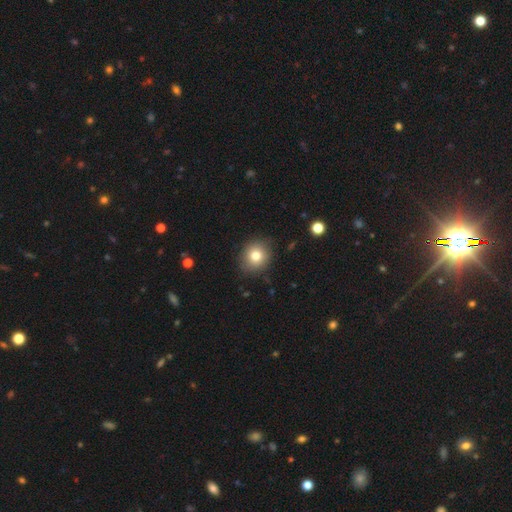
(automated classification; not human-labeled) Smooth or featured?
  - smooth: 79% *
  - star or artifact: 11%
  - featured or disk: 10%
How rounded?
  - round: 78% *
  - in between: 21%
  - cigar-shaped: 1%
Merging?
  - none: 88% *
  - minor disturbance: 9%
  - major disturbance: 2%
  - merger: 1%